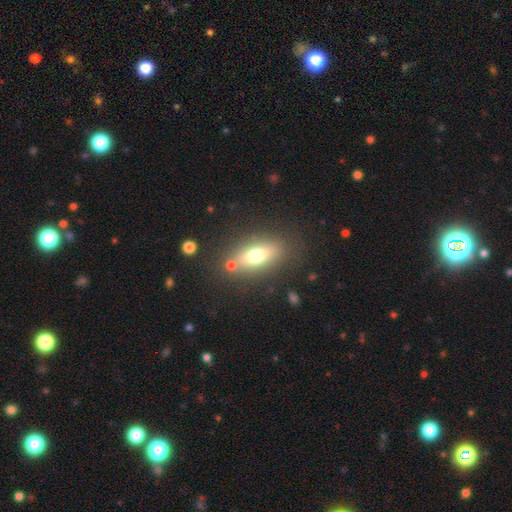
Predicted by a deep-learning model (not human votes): Q: Smooth or featured?
A: smooth (68%); runner-up: featured or disk (22%)
Q: How rounded?
A: in between (76%); runner-up: cigar-shaped (16%)
Q: Merging?
A: none (74%); runner-up: minor disturbance (12%)